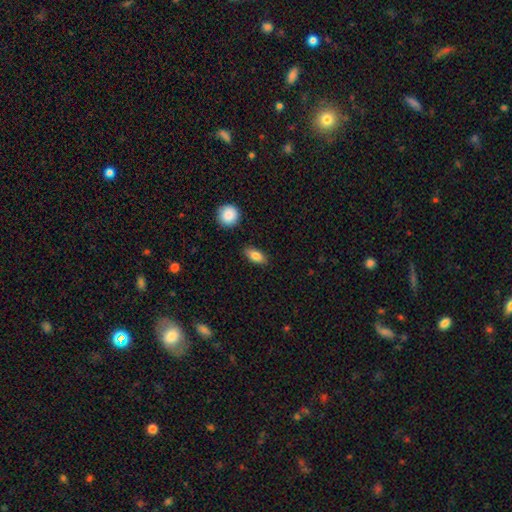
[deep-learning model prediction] Smooth or featured: smooth — 82% (featured or disk — 10%)
How rounded: in between — 86% (cigar-shaped — 8%)
Merging: none — 86% (minor disturbance — 10%)